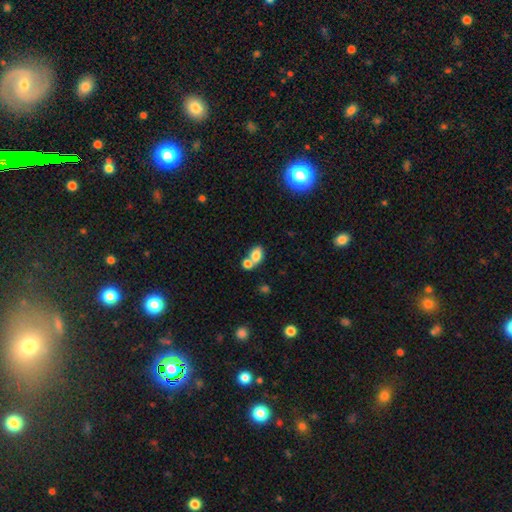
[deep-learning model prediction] Smooth or featured? smooth (78%)
How rounded? in between (72%)
Merging? merger (51%)